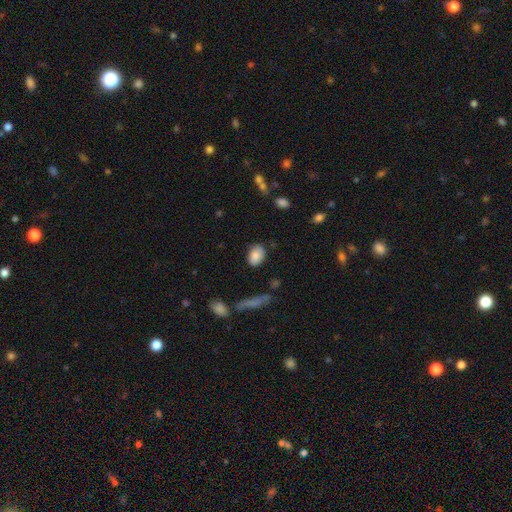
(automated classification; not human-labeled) Smooth or featured?
  - smooth: 85% *
  - star or artifact: 8%
  - featured or disk: 7%
How rounded?
  - in between: 82% *
  - round: 17%
  - cigar-shaped: 2%
Merging?
  - none: 79% *
  - minor disturbance: 15%
  - major disturbance: 4%
  - merger: 2%